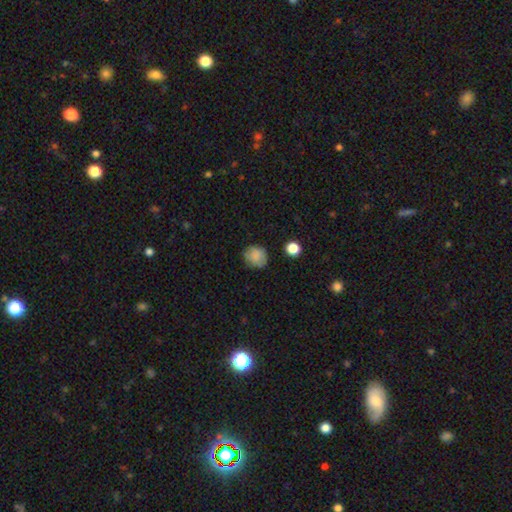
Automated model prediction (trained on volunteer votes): smooth_or_featured: smooth (p=0.82) [alt: star or artifact p=0.09]
how_rounded: round (p=0.75) [alt: in between p=0.24]
merging: none (p=0.77) [alt: minor disturbance p=0.17]